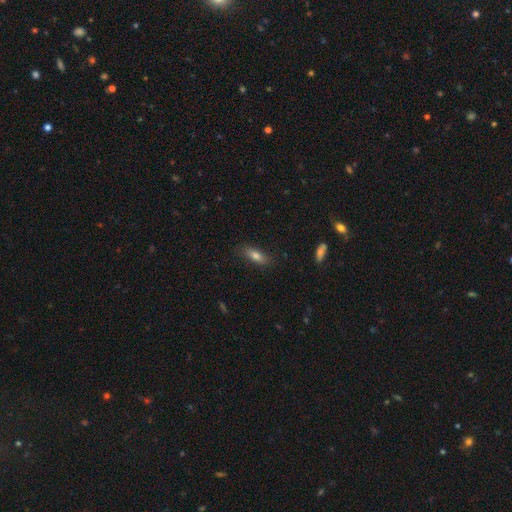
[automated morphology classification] Overall: smooth (77%). How rounded: in between (64%; cigar-shaped 33%). Merging: none (83%).